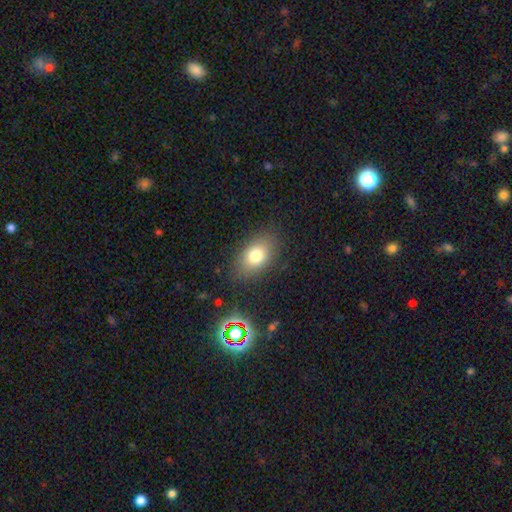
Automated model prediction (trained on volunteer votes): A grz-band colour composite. It shows a smooth galaxy with no disk features (76%) that is in between round and cigar-shaped (82%). Merging: none (82%).